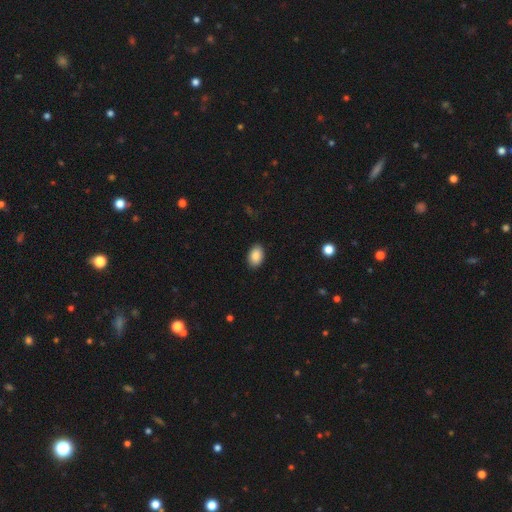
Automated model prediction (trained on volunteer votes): Smooth or featured? Predicted: smooth (p=0.88). How rounded? Predicted: in between (p=0.86). Merging? Predicted: none (p=0.89).